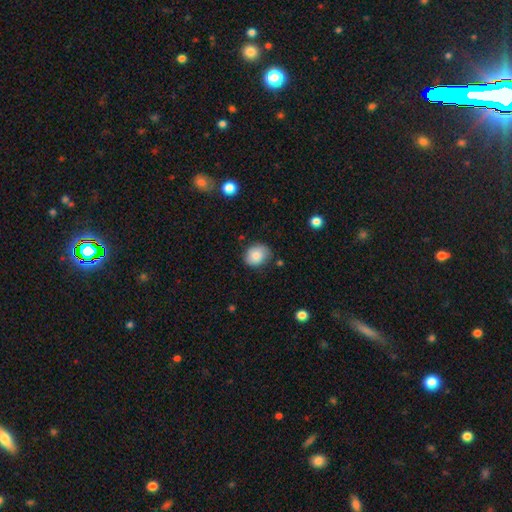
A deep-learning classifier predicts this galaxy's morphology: Smooth or featured: smooth — 80% (featured or disk — 11%)
How rounded: round — 60% (in between — 39%)
Merging: none — 76% (minor disturbance — 19%)